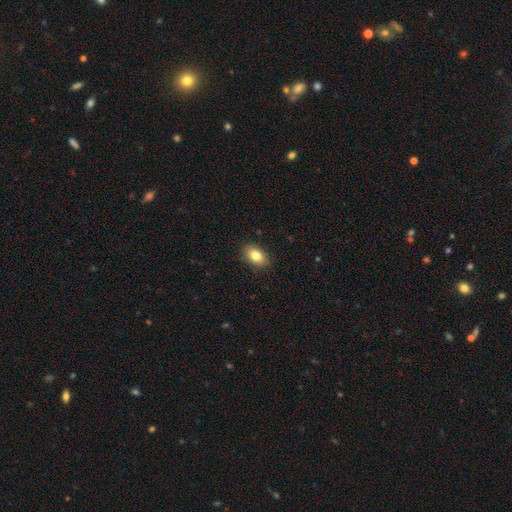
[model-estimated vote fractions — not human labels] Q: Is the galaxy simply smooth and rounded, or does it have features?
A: smooth — 82%.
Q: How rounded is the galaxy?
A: in between — 86%.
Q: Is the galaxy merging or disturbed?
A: none — 88%.